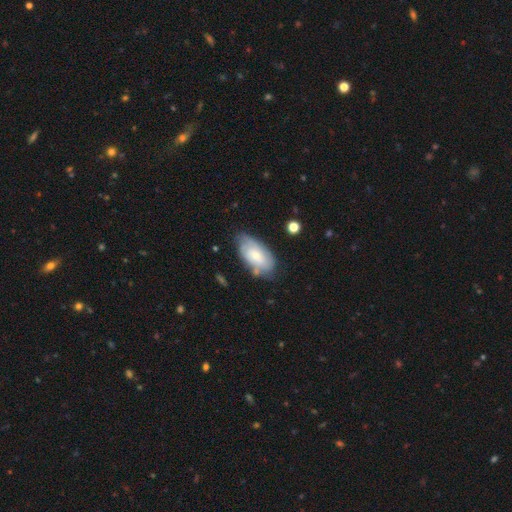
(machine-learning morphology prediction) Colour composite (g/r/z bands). It shows a smooth galaxy with no disk features (57%) that is in between round and cigar-shaped (94%). Merging: none (63%).